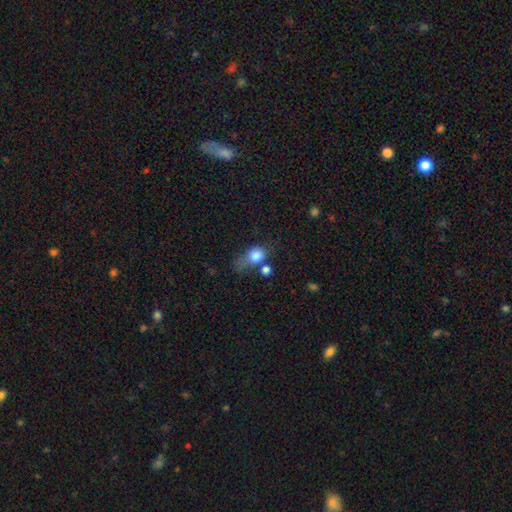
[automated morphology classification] The model was most divided on "how rounded": round: 51%, in between: 47%, cigar-shaped: 2%. Remaining: smooth or featured — smooth (81%); merging — none (33%).